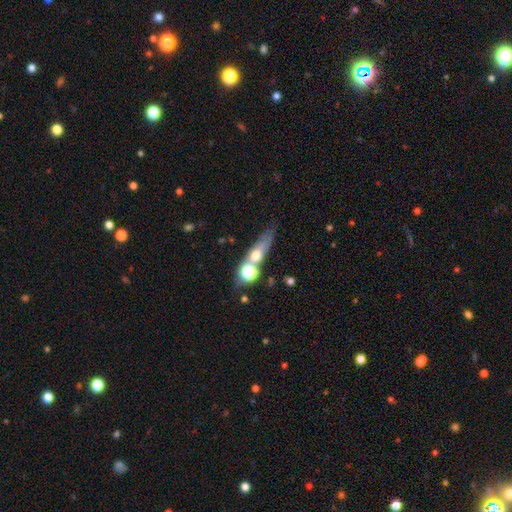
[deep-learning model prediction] Smooth or featured: smooth — 52% (featured or disk — 33%)
How rounded: cigar-shaped — 48% (in between — 31%)
Merging: none — 50% (merger — 26%)